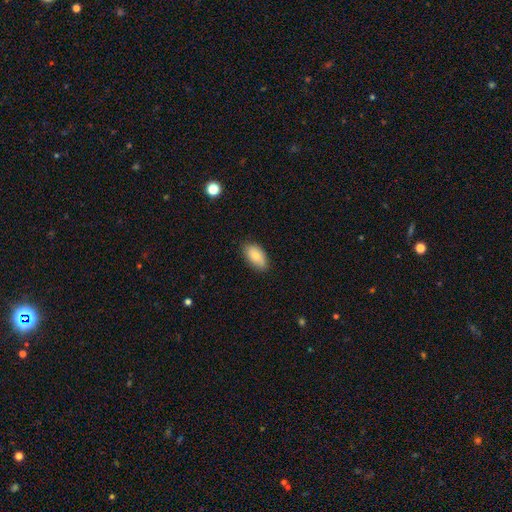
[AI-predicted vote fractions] Overall: smooth (81%). How rounded: in between (93%). Merging: none (80%).